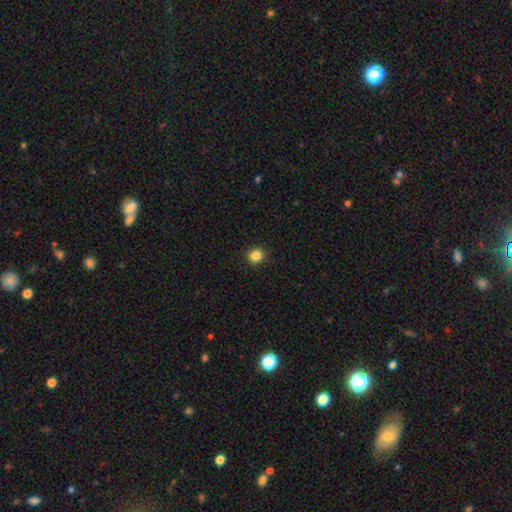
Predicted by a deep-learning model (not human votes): Q: Smooth or featured?
A: smooth (85%); runner-up: star or artifact (11%)
Q: How rounded?
A: round (91%); runner-up: in between (8%)
Q: Merging?
A: none (93%); runner-up: minor disturbance (5%)